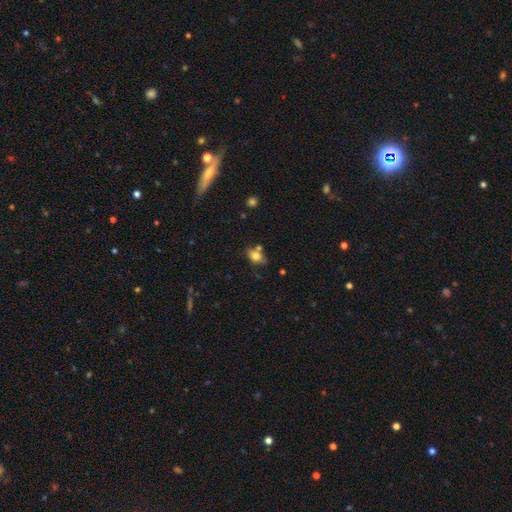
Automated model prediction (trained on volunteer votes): The model was most divided on "merging": none: 56%, merger: 20%, minor disturbance: 19%, major disturbance: 5%. More confident: smooth or featured — smooth (75%); how rounded — in between (70%).